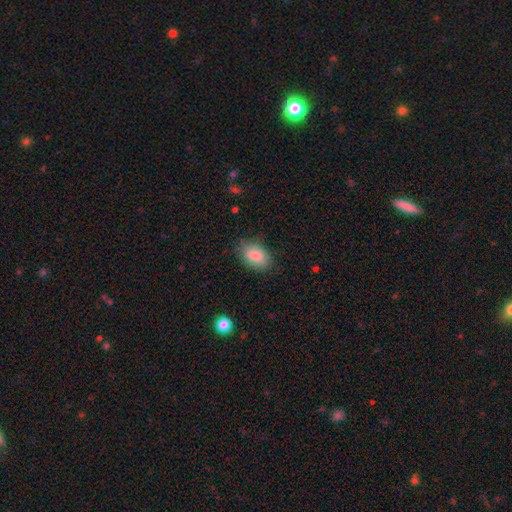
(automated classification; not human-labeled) Smooth or featured?
  - smooth: 87% *
  - star or artifact: 7%
  - featured or disk: 6%
How rounded?
  - in between: 88% *
  - round: 11%
  - cigar-shaped: 1%
Merging?
  - none: 79% *
  - minor disturbance: 16%
  - major disturbance: 4%
  - merger: 1%